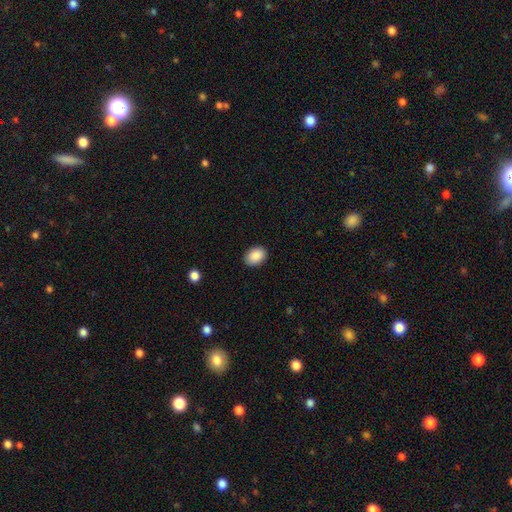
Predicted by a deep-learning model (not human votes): Smooth or featured? Predicted: smooth (p=0.90). How rounded? Predicted: in between (p=0.78). Merging? Predicted: none (p=0.89).